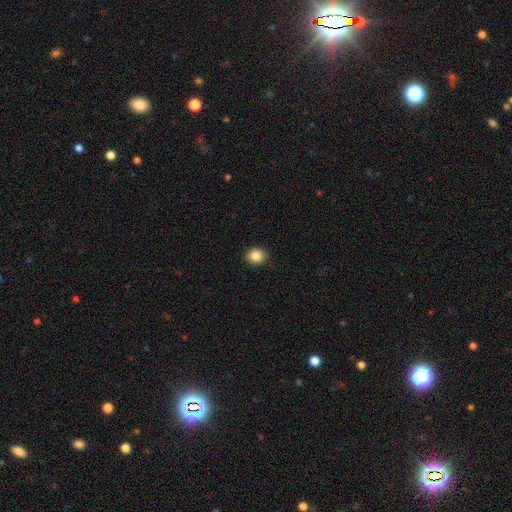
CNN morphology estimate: smooth_or_featured: smooth (p=0.86) [alt: star or artifact p=0.09]
how_rounded: round (p=0.68) [alt: in between p=0.32]
merging: none (p=0.91) [alt: minor disturbance p=0.06]